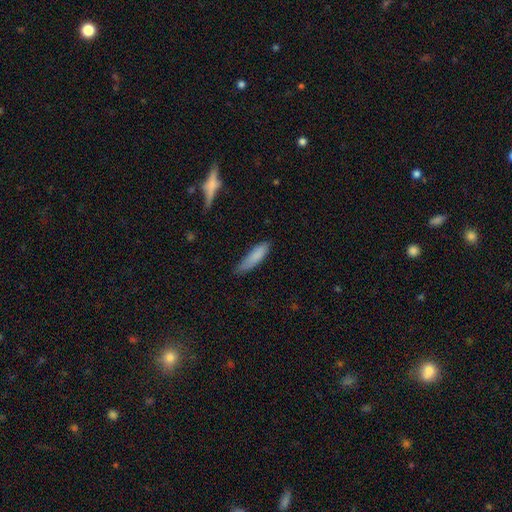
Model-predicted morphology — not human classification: Smooth or featured: smooth — 84% (featured or disk — 10%)
How rounded: cigar-shaped — 68% (in between — 31%)
Merging: none — 69% (minor disturbance — 24%)